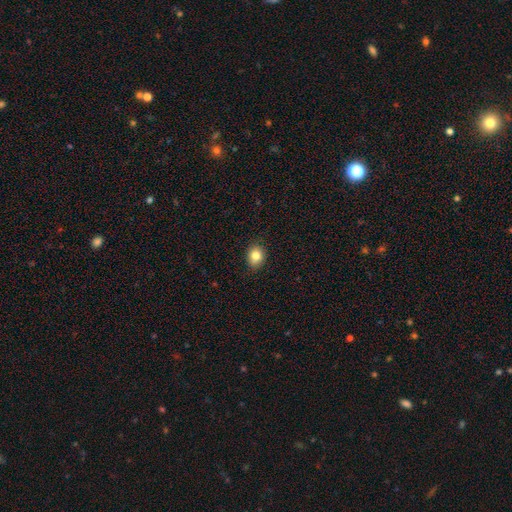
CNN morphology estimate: This is clearly a smooth galaxy (83%). How rounded: possibly round (53%). Merging: clearly none (88%).